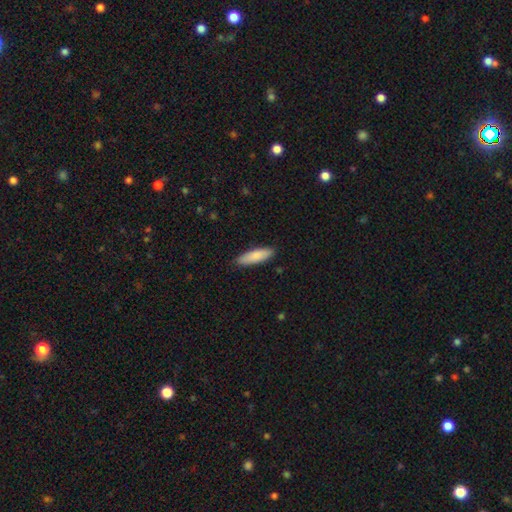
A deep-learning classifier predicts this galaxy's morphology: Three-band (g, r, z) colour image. It shows a smooth galaxy with no disk features (85%) that is cigar-shaped (58%). Merging: none (87%).